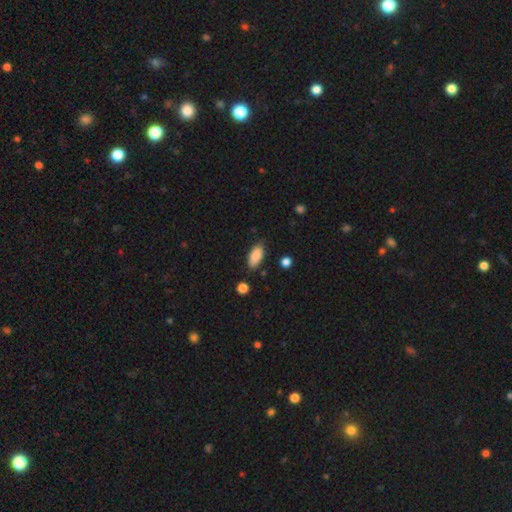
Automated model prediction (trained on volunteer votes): The model was most divided on "merging": none: 74%, minor disturbance: 20%, major disturbance: 3%, merger: 2%. More confident: how rounded — in between (88%); smooth or featured — smooth (87%).